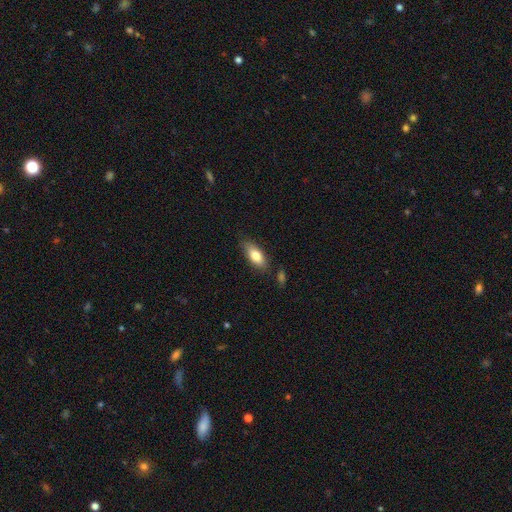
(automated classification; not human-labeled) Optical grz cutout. It shows a smooth galaxy with no disk features (77%) that is in between round and cigar-shaped (80%). Merging: none (76%).